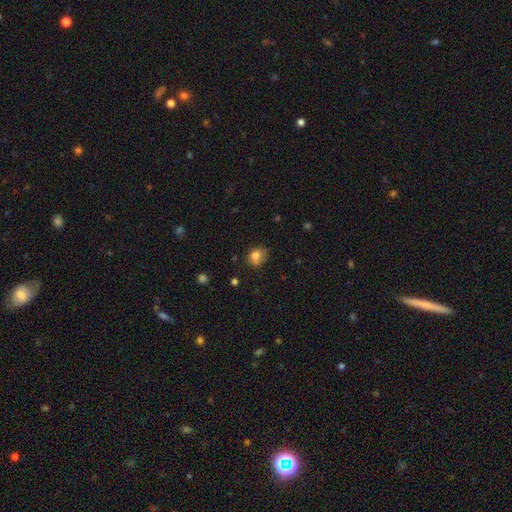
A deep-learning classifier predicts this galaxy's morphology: This appears to be a smooth galaxy with no disk features (78%) that is round (54%). Merging: none (54%).